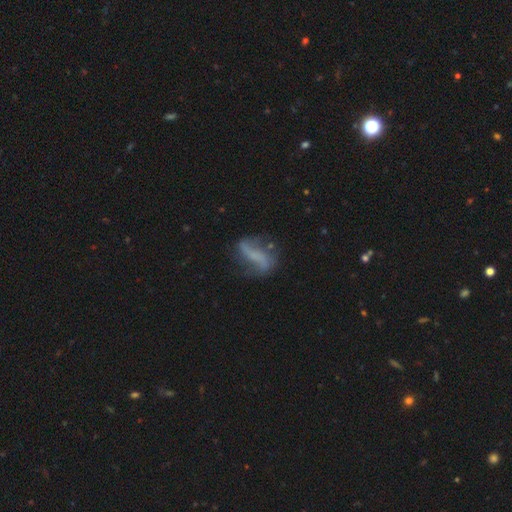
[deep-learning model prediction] Morphology: type=featured or disk (66%); edge-on=no (91%); bar=strong (40%); spiral arms=yes (80%); bulge=none (64%); merging=none (60%).